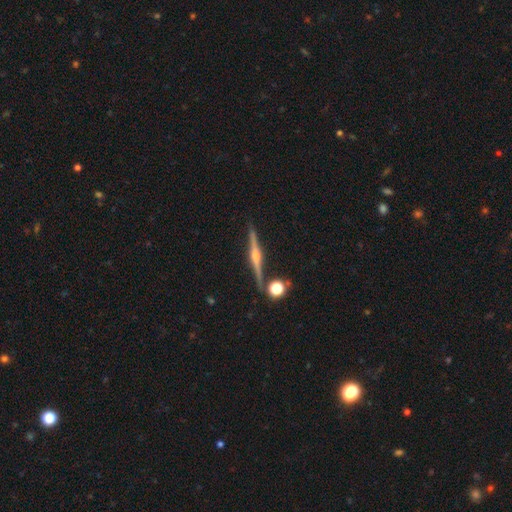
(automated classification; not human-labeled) Smooth or featured? featured or disk (87%)
Edge-on disk? yes (98%)
Edge-on bulge? rounded (94%)
Merging? none (88%)